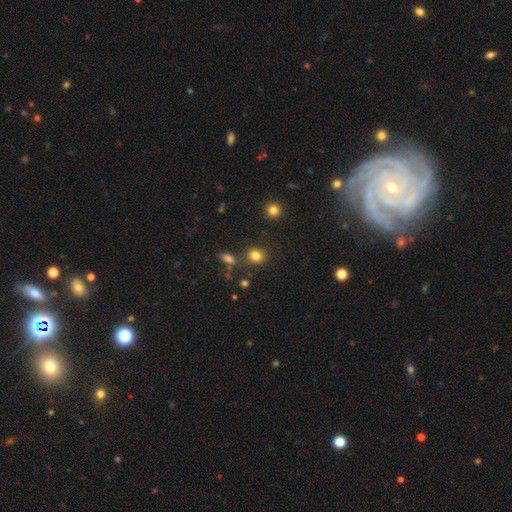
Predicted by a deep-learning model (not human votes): smooth-or-featured: smooth: 82% | star or artifact: 13% | featured or disk: 6%
  how-rounded: round: 69% | in between: 29% | cigar-shaped: 1%
  merging: none: 79% | minor disturbance: 10% | merger: 7% | major disturbance: 4%